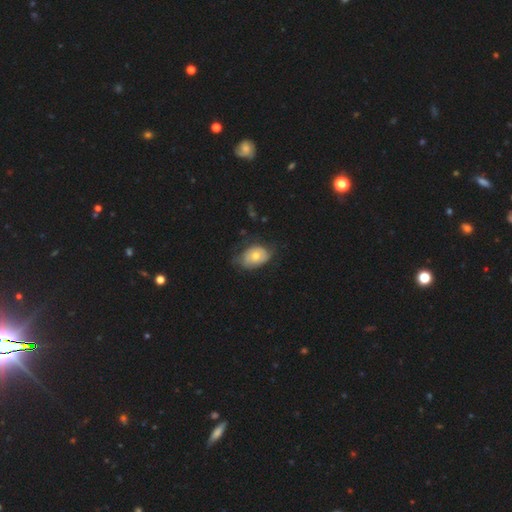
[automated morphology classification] The model was most divided on "merging": none: 48%, minor disturbance: 37%, major disturbance: 14%, merger: 2%. More confident: how rounded — in between (78%); smooth or featured — smooth (58%).